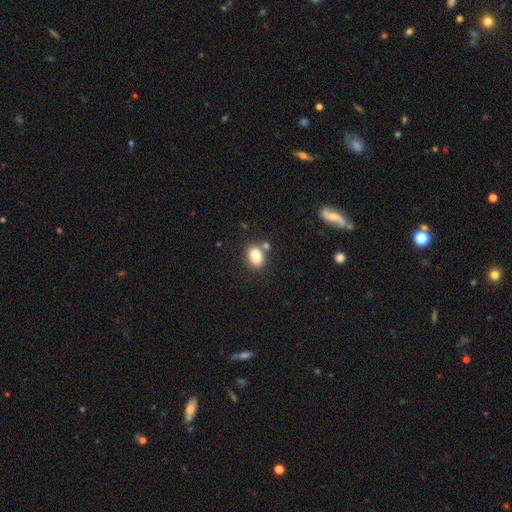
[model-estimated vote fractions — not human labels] Q: Smooth or featured?
A: smooth (86%); runner-up: star or artifact (9%)
Q: How rounded?
A: in between (69%); runner-up: round (30%)
Q: Merging?
A: none (68%); runner-up: merger (16%)